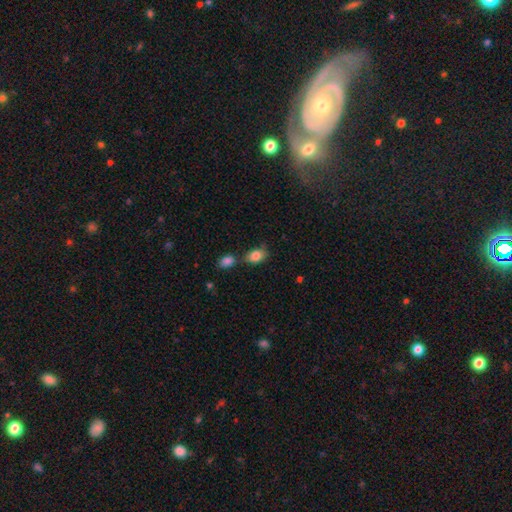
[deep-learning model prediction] smooth_or_featured: smooth (p=0.85) [alt: star or artifact p=0.08]
how_rounded: in between (p=0.83) [alt: round p=0.16]
merging: none (p=0.57) [alt: merger p=0.22]